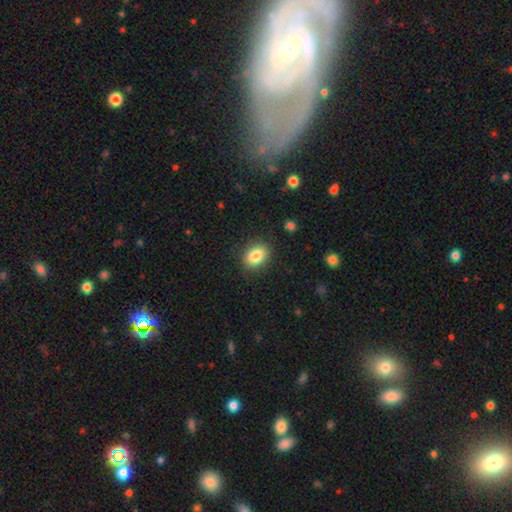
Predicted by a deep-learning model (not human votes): Smooth or featured?
  - smooth: 84% *
  - star or artifact: 8%
  - featured or disk: 7%
How rounded?
  - in between: 70% *
  - round: 28%
  - cigar-shaped: 1%
Merging?
  - none: 86% *
  - minor disturbance: 10%
  - major disturbance: 3%
  - merger: 1%